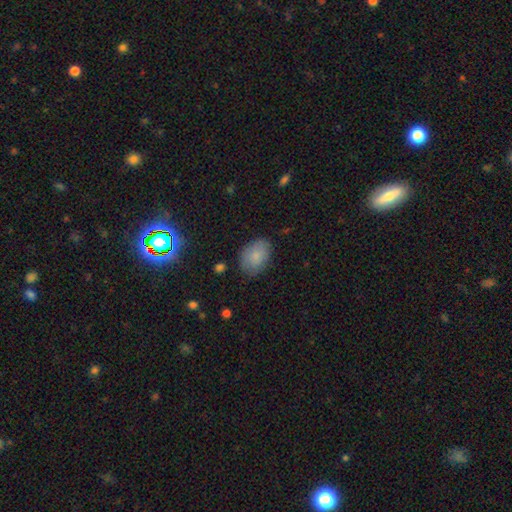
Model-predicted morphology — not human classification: smooth-or-featured: smooth: 82% | featured or disk: 9% | star or artifact: 8%
  how-rounded: in between: 82% | round: 17% | cigar-shaped: 1%
  merging: none: 77% | minor disturbance: 17% | major disturbance: 4% | merger: 1%